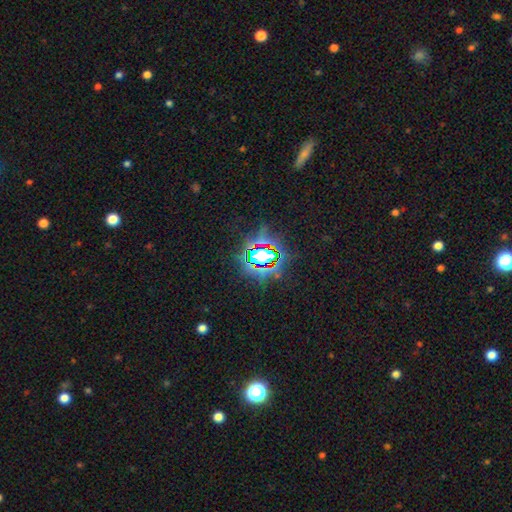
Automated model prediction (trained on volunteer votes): A star or artifact, not a galaxy (74%).